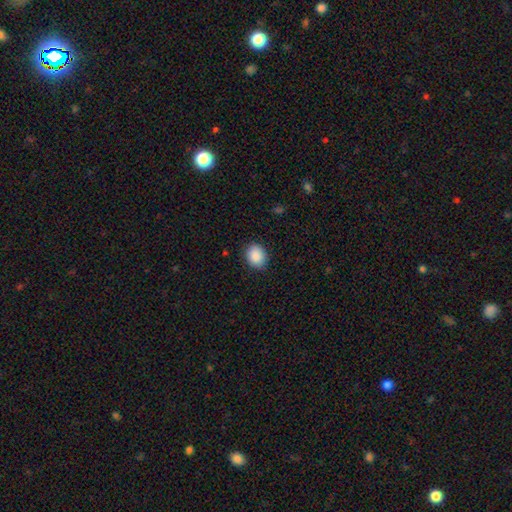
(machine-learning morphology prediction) Smooth or featured?
  - smooth: 90% *
  - star or artifact: 7%
  - featured or disk: 3%
How rounded?
  - round: 53% *
  - in between: 47%
  - cigar-shaped: 1%
Merging?
  - none: 88% *
  - minor disturbance: 9%
  - major disturbance: 2%
  - merger: 1%